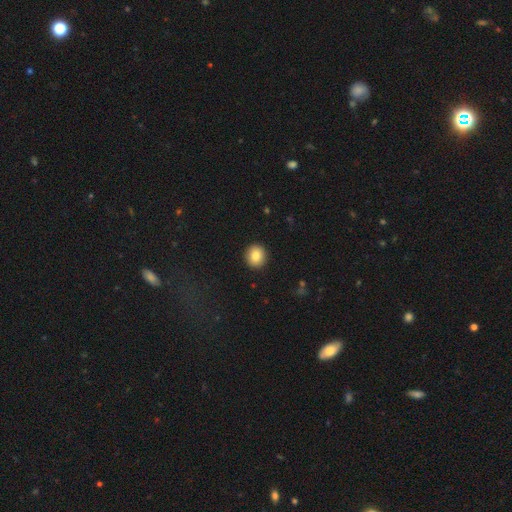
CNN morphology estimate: The model was most divided on "smooth or featured": smooth: 83%, star or artifact: 9%, featured or disk: 8%. More confident: merging — none (92%); how rounded — round (89%).